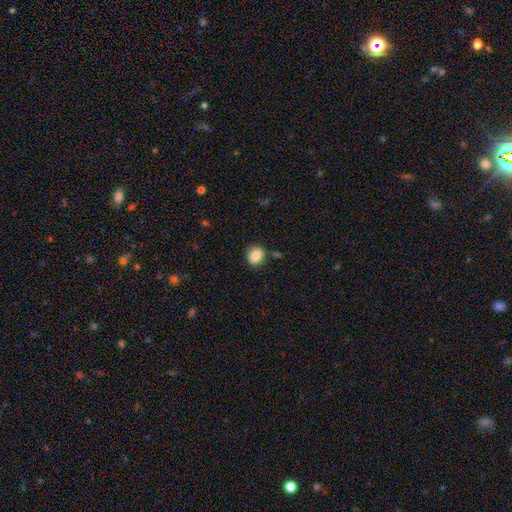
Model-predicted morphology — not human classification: smooth-or-featured: smooth: 84% | star or artifact: 9% | featured or disk: 7%
  how-rounded: round: 66% | in between: 33% | cigar-shaped: 1%
  merging: none: 80% | minor disturbance: 12% | merger: 5% | major disturbance: 3%